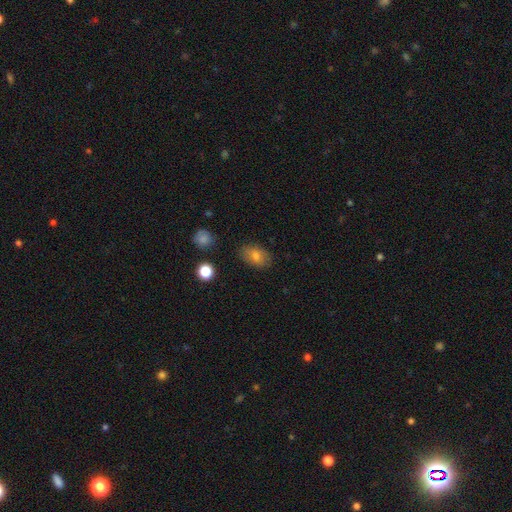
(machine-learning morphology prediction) Q: Smooth or featured?
A: smooth (75%); runner-up: featured or disk (15%)
Q: How rounded?
A: in between (86%); runner-up: round (12%)
Q: Merging?
A: none (82%); runner-up: minor disturbance (13%)